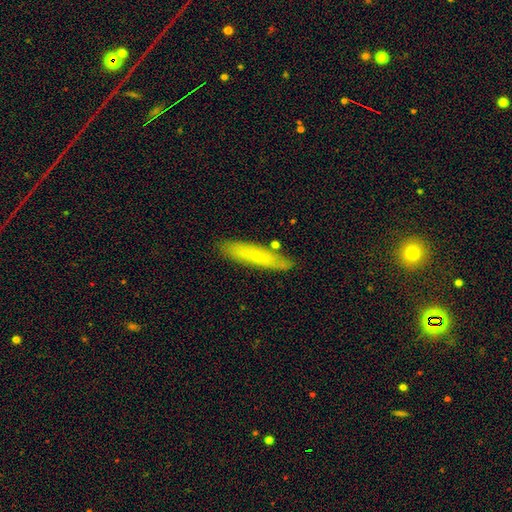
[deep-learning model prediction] Smooth or featured: smooth — 66% (featured or disk — 27%)
How rounded: cigar-shaped — 87% (in between — 12%)
Merging: none — 82% (minor disturbance — 13%)